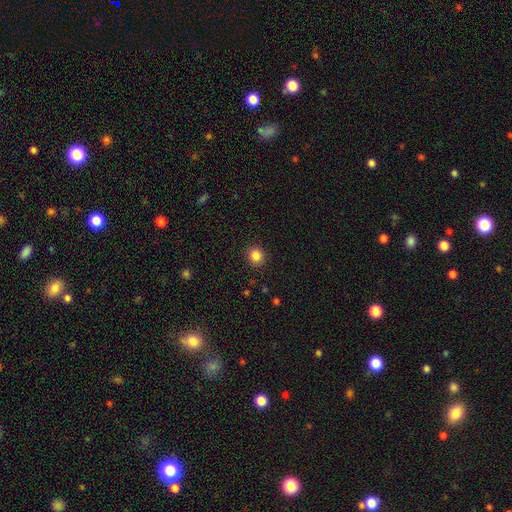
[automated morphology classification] smooth 85%, star or artifact 11%, featured or disk 4%. Down the decision tree: how rounded — round (85%); merging — none (91%).